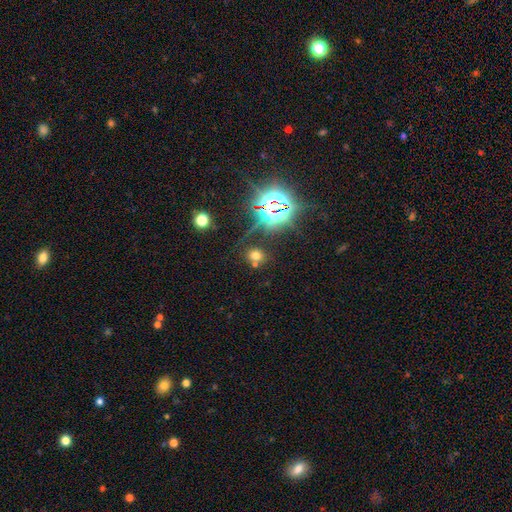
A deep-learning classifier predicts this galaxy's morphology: This is possibly a smooth galaxy (57%). How rounded: likely round (73%). Merging: likely none (71%).